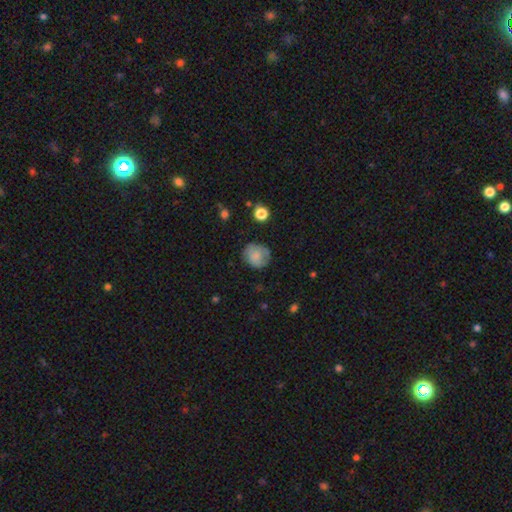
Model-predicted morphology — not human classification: Overall: smooth (74%). How rounded: round (79%). Merging: none (71%).